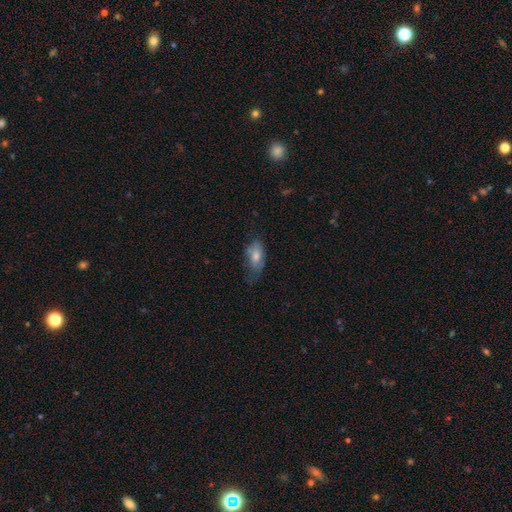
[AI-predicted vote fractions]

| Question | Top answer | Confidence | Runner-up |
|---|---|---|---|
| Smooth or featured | smooth | 73% | featured or disk (20%) |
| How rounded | in between | 90% | cigar-shaped (5%) |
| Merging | none | 46% | minor disturbance (35%) |